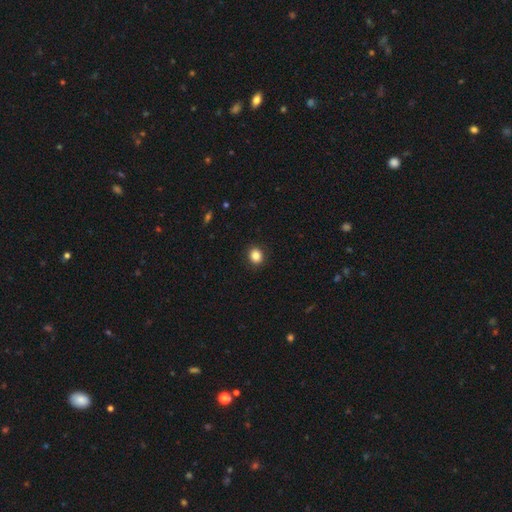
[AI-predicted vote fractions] A smooth galaxy with no disk features (85%) that is round (72%). Merging: none (91%).